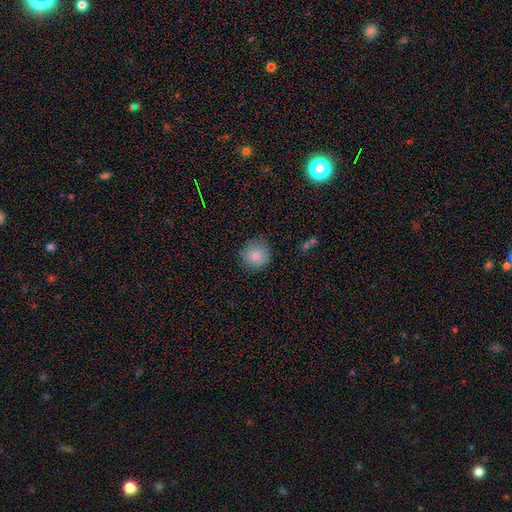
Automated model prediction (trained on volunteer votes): Q: Smooth or featured?
A: smooth (83%); runner-up: star or artifact (9%)
Q: How rounded?
A: round (92%); runner-up: in between (7%)
Q: Merging?
A: none (81%); runner-up: minor disturbance (14%)